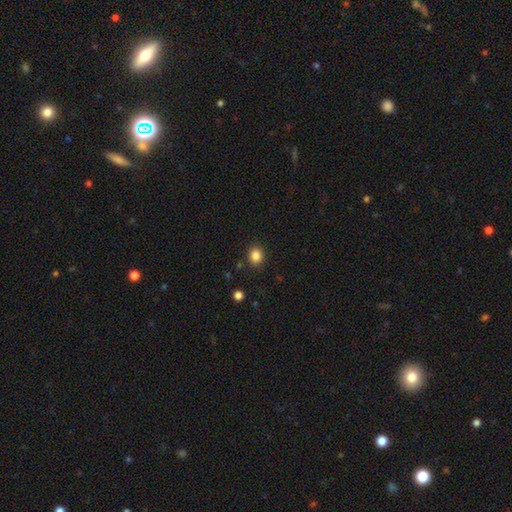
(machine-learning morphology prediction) smooth 86%, star or artifact 10%, featured or disk 4%. Down the decision tree: how rounded — round (67%); merging — none (88%).